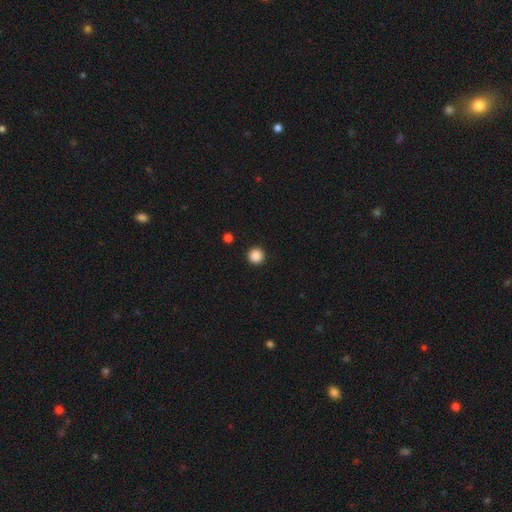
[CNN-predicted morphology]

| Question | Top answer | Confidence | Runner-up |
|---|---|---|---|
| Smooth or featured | smooth | 88% | star or artifact (10%) |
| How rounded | round | 97% | in between (2%) |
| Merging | none | 93% | minor disturbance (4%) |